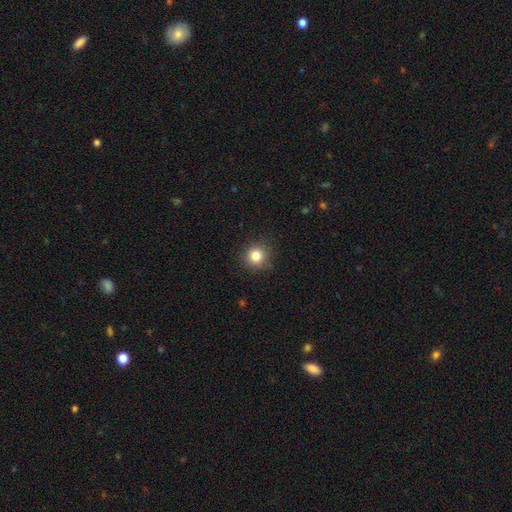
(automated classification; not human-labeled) Overall: smooth (83%). How rounded: round (92%). Merging: none (88%).